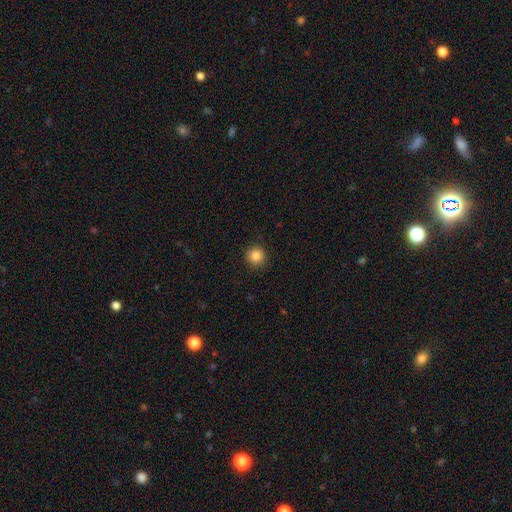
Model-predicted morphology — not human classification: type=smooth (86%); roundness=round (95%); merging=none (92%).